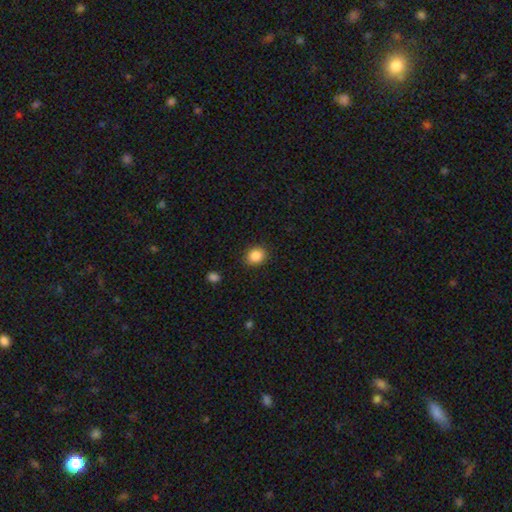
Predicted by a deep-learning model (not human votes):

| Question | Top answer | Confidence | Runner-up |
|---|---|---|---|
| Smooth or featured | smooth | 87% | star or artifact (9%) |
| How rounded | round | 63% | in between (36%) |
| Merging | none | 88% | minor disturbance (8%) |